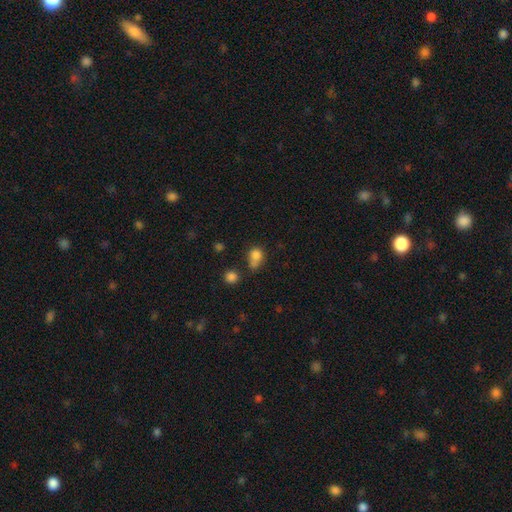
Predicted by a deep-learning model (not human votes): Morphology: type=smooth (79%); roundness=round (68%); merging=none (39%).